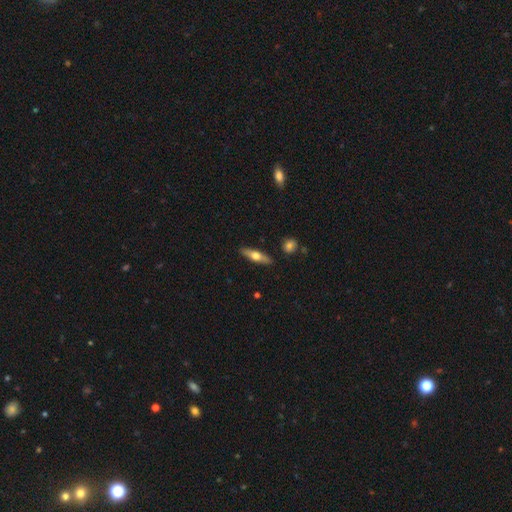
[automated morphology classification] A featured or disk galaxy (48%).

Vote fractions:
- Smooth or featured? featured or disk: 48% / smooth: 47% / star or artifact: 6%
- Merging? none: 89% / minor disturbance: 8% / merger: 2% / major disturbance: 2%